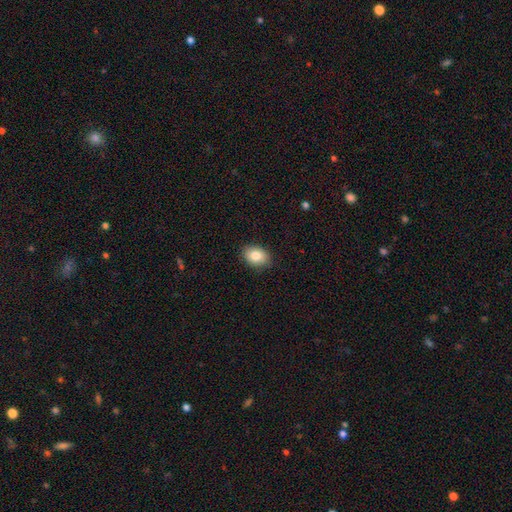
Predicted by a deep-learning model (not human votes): This is clearly a smooth galaxy (84%). How rounded: likely in between (77%). Merging: clearly none (87%).